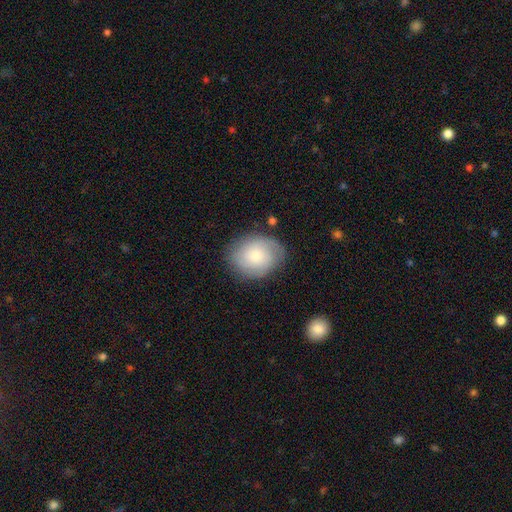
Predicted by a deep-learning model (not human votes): smooth-or-featured: smooth: 60% | featured or disk: 32% | star or artifact: 8%
  how-rounded: round: 54% | in between: 45% | cigar-shaped: 1%
  merging: none: 76% | minor disturbance: 17% | major disturbance: 5% | merger: 2%